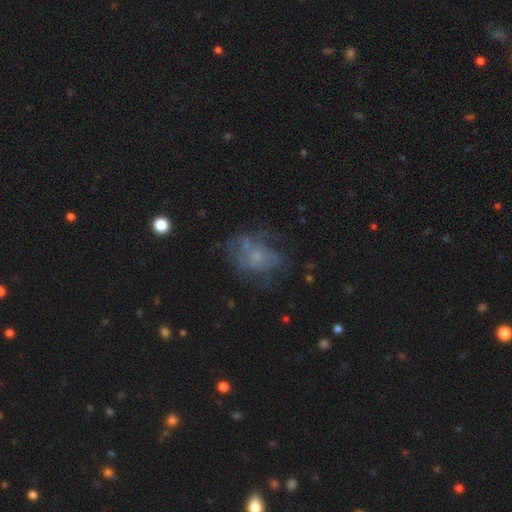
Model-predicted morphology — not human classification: This is possibly a featured or disk galaxy (54%). It is clearly not viewed edge-on (97%). Bar: clearly no (84%). Spiral arm pattern: possibly no (54%). Central bulge: likely small (62%). Merging: possibly none (49%).